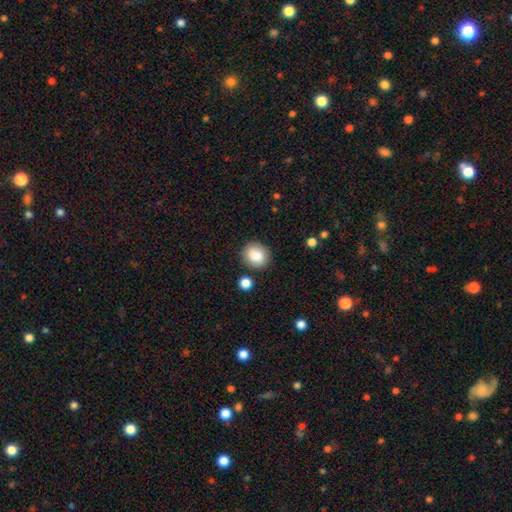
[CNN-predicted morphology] Smooth or featured? Predicted: smooth (p=0.85). How rounded? Predicted: round (p=0.74). Merging? Predicted: none (p=0.85).